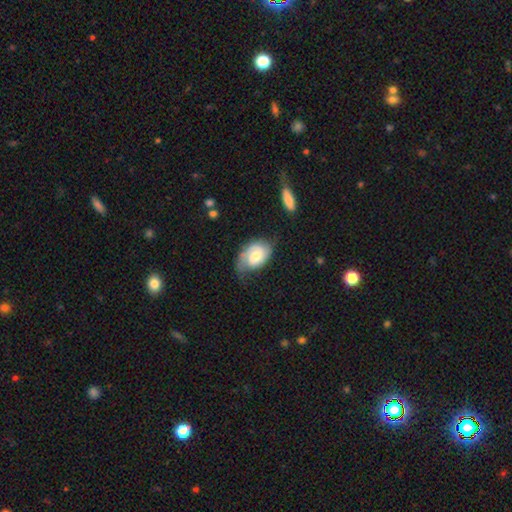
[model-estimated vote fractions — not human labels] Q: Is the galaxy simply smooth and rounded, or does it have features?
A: featured or disk — 65%.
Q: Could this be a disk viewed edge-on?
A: no — 96%.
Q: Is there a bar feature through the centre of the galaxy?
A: no — 57%.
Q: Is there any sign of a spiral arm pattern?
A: yes — 90%.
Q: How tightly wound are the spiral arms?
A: tight — 49%.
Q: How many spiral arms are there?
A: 2 — 56%.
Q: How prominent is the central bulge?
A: moderate — 57%.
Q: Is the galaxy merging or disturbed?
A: none — 53%.